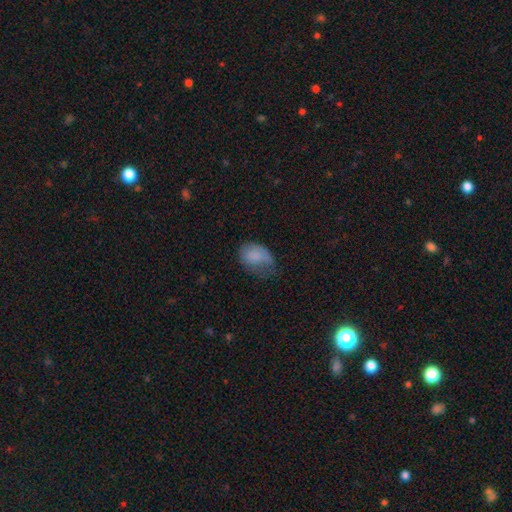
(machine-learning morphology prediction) Overall: smooth (79%). How rounded: in between (82%). Merging: minor disturbance (39%; none 32%).